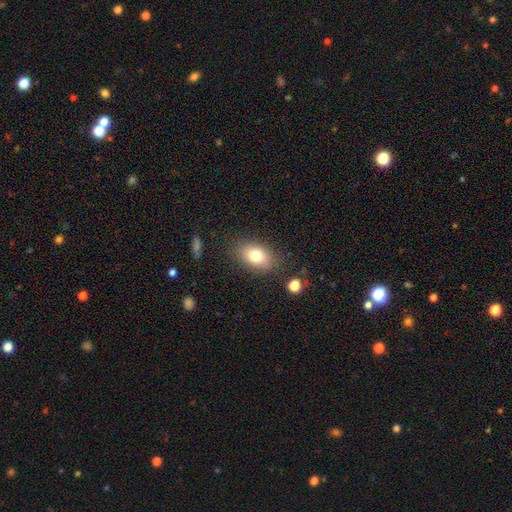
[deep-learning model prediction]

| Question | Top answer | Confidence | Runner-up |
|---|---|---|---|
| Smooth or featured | smooth | 77% | featured or disk (13%) |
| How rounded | in between | 83% | round (15%) |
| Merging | none | 83% | minor disturbance (12%) |